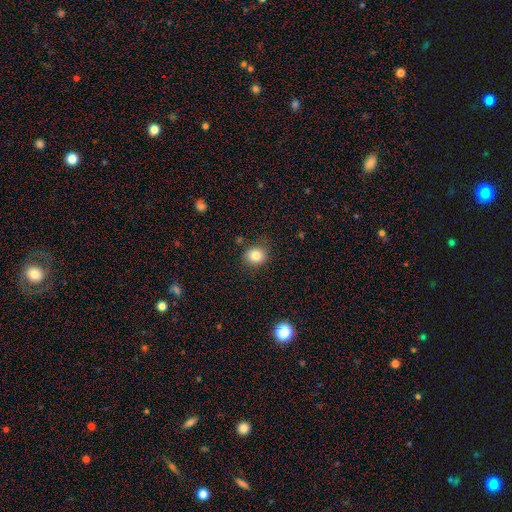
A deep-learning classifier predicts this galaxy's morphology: smooth_or_featured: smooth (p=0.82) [alt: star or artifact p=0.11]
how_rounded: round (p=0.79) [alt: in between p=0.20]
merging: none (p=0.86) [alt: minor disturbance p=0.10]